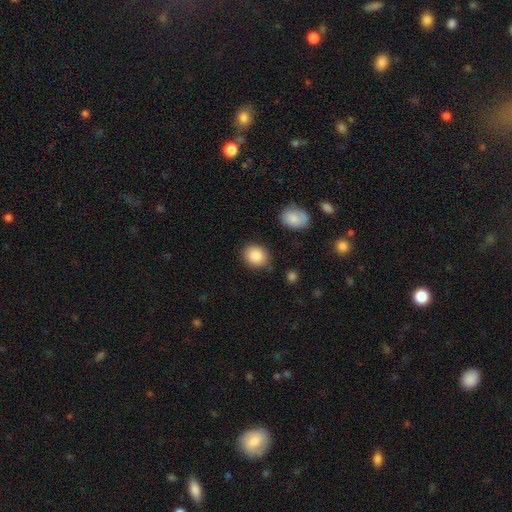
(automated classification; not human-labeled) Smooth or featured? Predicted: smooth (p=0.86). How rounded? Predicted: round (p=0.58). Merging? Predicted: none (p=0.83).